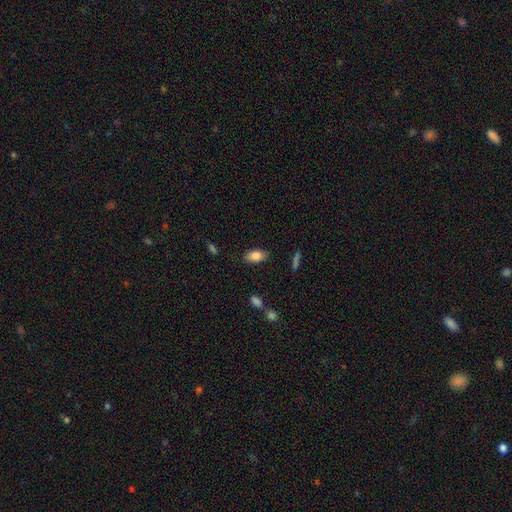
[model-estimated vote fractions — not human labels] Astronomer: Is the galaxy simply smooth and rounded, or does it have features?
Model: smooth — 84%.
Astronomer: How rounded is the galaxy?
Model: in between — 90%.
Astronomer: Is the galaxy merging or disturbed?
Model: none — 84%.